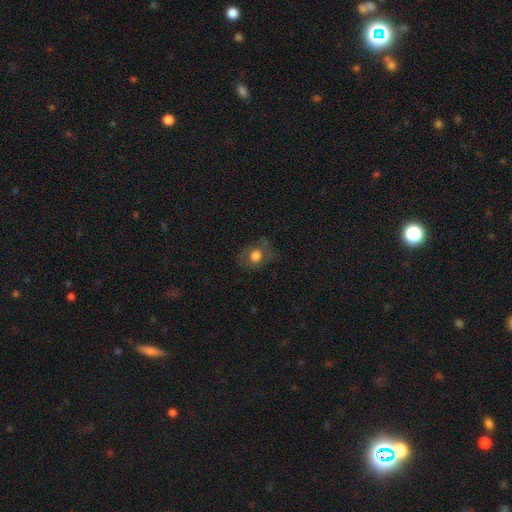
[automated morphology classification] Smooth or featured?
  - smooth: 62% *
  - featured or disk: 26%
  - star or artifact: 12%
How rounded?
  - round: 61% *
  - in between: 38%
  - cigar-shaped: 1%
Merging?
  - none: 66% *
  - minor disturbance: 20%
  - major disturbance: 12%
  - merger: 2%